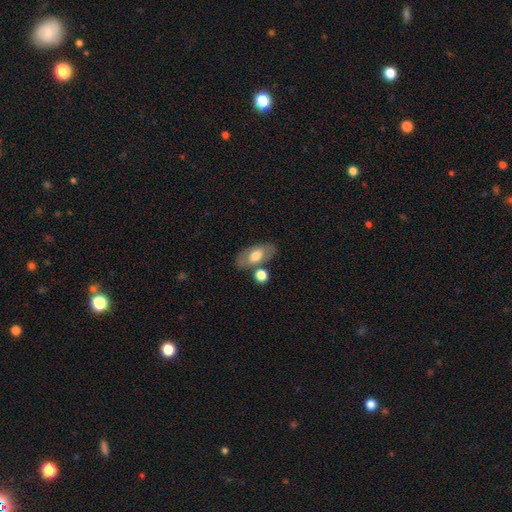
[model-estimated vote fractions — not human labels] Morphology: type=smooth (62%); roundness=in between (88%); merging=none (67%).